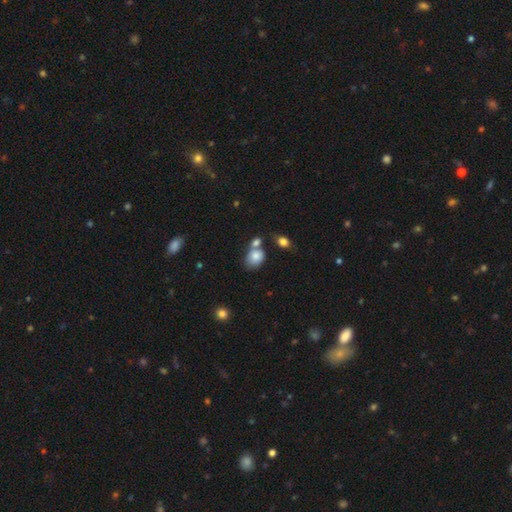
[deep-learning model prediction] Overall: smooth (80%). How rounded: in between (60%; round 39%). Merging: none (44%; merger 32%).